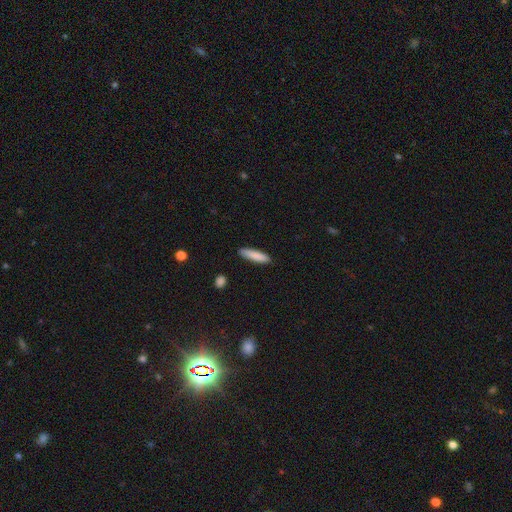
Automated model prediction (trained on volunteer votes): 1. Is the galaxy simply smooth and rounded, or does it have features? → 85% smooth, 8% featured or disk, 6% star or artifact.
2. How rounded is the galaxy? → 79% cigar-shaped, 20% in between, 1% round.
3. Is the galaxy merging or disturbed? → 88% none, 9% minor disturbance, 2% major disturbance, 1% merger.